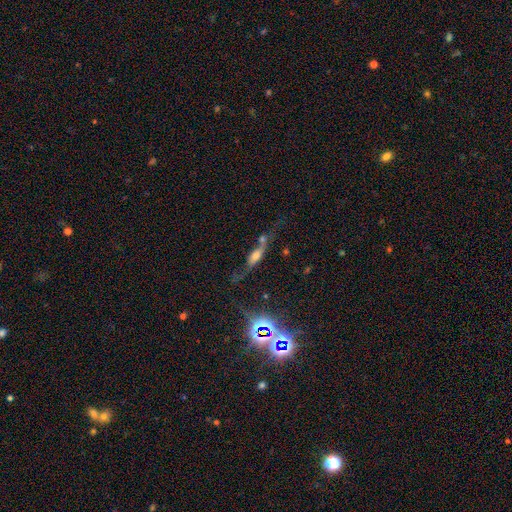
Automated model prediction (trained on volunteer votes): smooth-or-featured: featured or disk: 54% | smooth: 32% | star or artifact: 15%
  disk-edge-on: yes: 50% (tied) | no: 50% (tied)
  merging: none: 35% | merger: 25% | major disturbance: 22% | minor disturbance: 18%